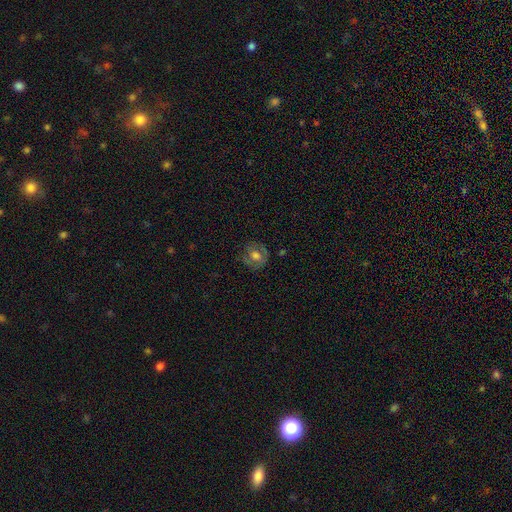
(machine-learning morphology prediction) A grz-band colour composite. It shows a smooth galaxy with no disk features (54%) that is round (79%). Merging: none (71%).